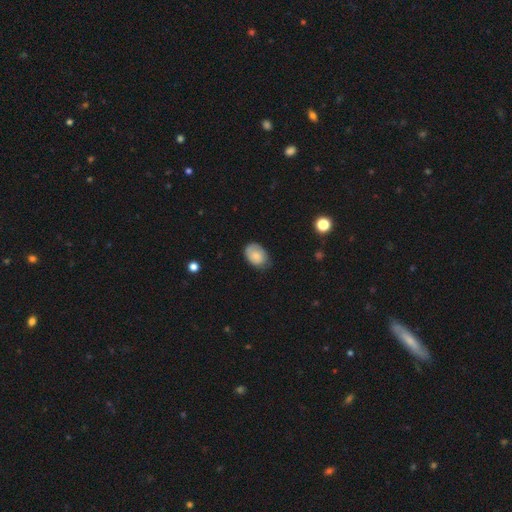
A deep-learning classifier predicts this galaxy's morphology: Smooth or featured? Predicted: smooth (p=0.78). How rounded? Predicted: in between (p=0.80). Merging? Predicted: none (p=0.61).